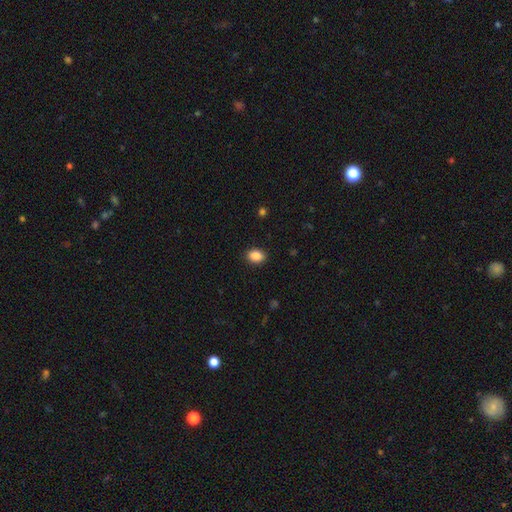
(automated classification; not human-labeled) Overall: smooth (89%). How rounded: in between (73%). Merging: none (90%).